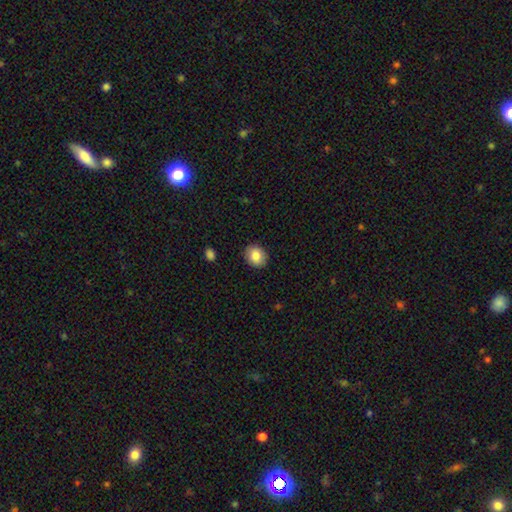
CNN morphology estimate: Overall: smooth (85%). How rounded: round (63%; in between 36%). Merging: none (89%).